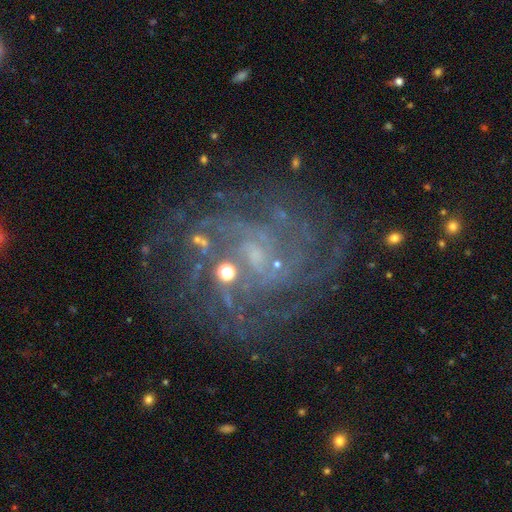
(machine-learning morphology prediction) Smooth or featured? Predicted: featured or disk (p=0.82). Edge-on disk? Predicted: no (p=0.98). Bar? Predicted: no (p=0.54). Spiral arms? Predicted: yes (p=0.96). Spiral winding? Predicted: tight (p=0.51). Spiral arm count? Predicted: can't tell (p=0.26). Bulge size? Predicted: small (p=0.57). Merging? Predicted: none (p=0.67).